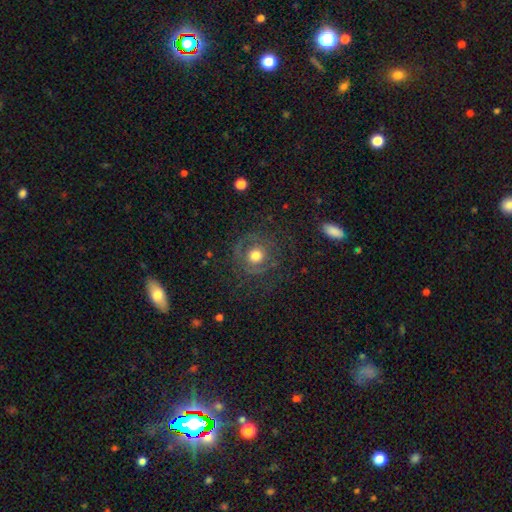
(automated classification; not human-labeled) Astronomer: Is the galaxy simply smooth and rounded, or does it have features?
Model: featured or disk — 44% (runner-up: smooth, 42%).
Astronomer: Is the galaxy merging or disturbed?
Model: none — 73%.